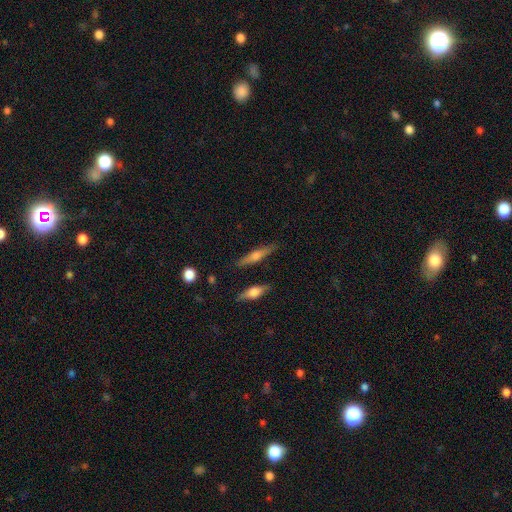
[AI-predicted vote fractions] Morphology: type=featured or disk (62%); edge-on=yes (96%); edge-on bulge=rounded (86%); merging=none (87%).